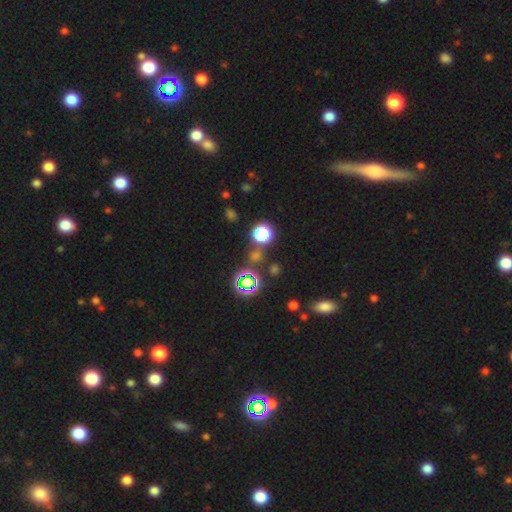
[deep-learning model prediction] Smooth or featured? star or artifact (51%)